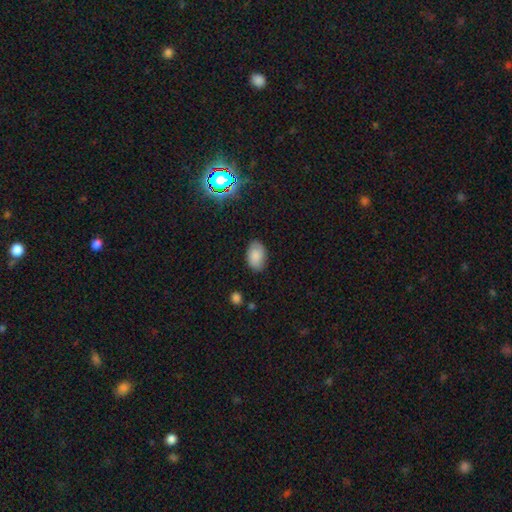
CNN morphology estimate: This appears to be a smooth galaxy with no disk features (84%) that is in between round and cigar-shaped (90%). Merging: none (83%).